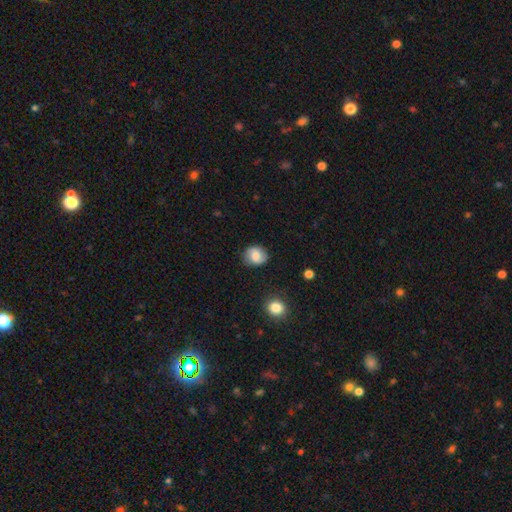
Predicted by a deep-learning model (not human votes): Smooth or featured?
  - smooth: 61% *
  - featured or disk: 31%
  - star or artifact: 8%
How rounded?
  - round: 72% *
  - in between: 27%
  - cigar-shaped: 1%
Merging?
  - none: 81% *
  - minor disturbance: 14%
  - major disturbance: 3%
  - merger: 2%